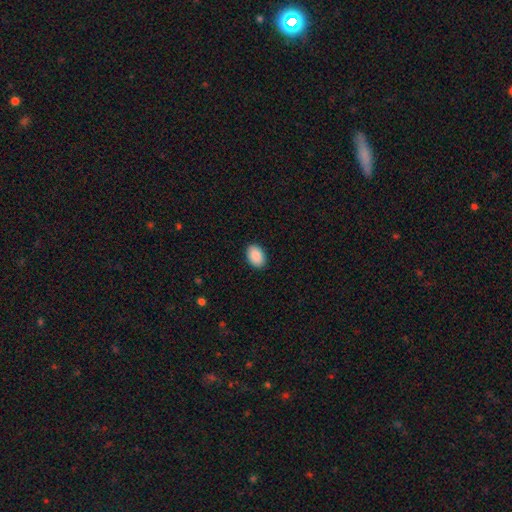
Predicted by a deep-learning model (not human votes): Smooth or featured? smooth (91%)
How rounded? in between (87%)
Merging? none (90%)